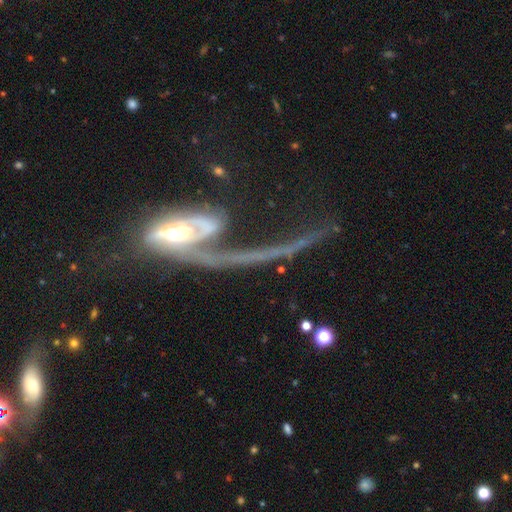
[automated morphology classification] Smooth or featured? featured or disk (71%)
Edge-on disk? no (77%)
Bar? no (53%)
Spiral arms? yes (61%)
Bulge size? moderate (44%)
Merging? major disturbance (38%)